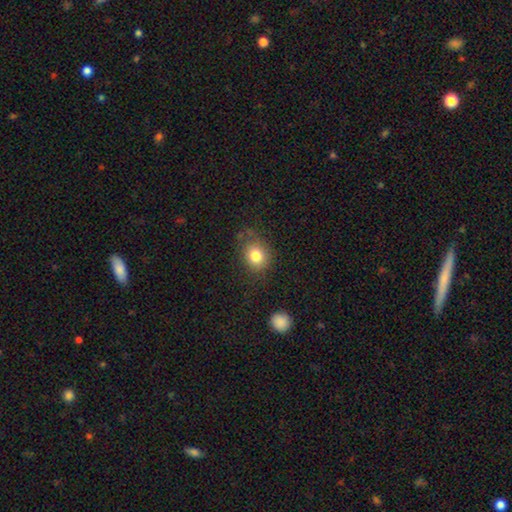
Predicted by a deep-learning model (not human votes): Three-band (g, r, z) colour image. It shows a smooth galaxy with no disk features (81%) that is round (68%). Merging: none (71%).